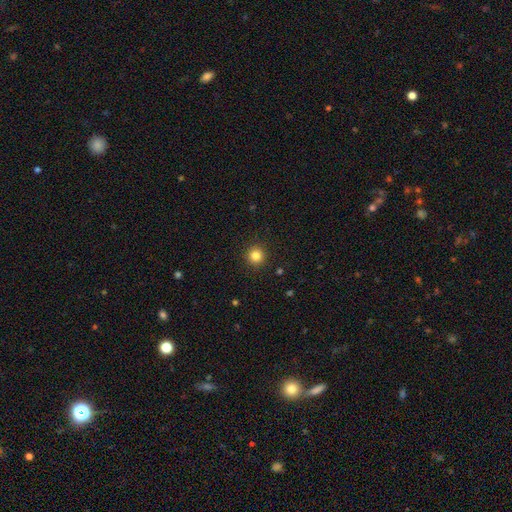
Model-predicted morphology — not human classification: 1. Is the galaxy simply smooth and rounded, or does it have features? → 83% smooth, 12% star or artifact, 5% featured or disk.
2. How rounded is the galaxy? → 95% round, 4% in between, 1% cigar-shaped.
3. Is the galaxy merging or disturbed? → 92% none, 5% minor disturbance, 2% major disturbance, 1% merger.